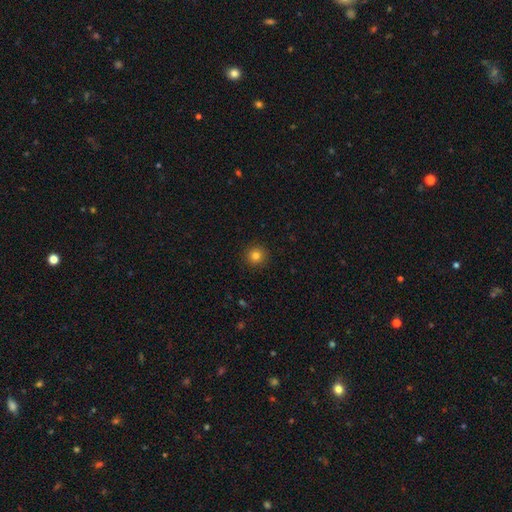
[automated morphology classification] A smooth galaxy with no disk features (82%) that is round (95%).

Vote fractions:
- Smooth or featured? smooth: 82% / star or artifact: 12% / featured or disk: 6%
- How rounded? round: 95% / in between: 4% / cigar-shaped: 1%
- Merging? none: 92% / minor disturbance: 5% / major disturbance: 2% / merger: 1%